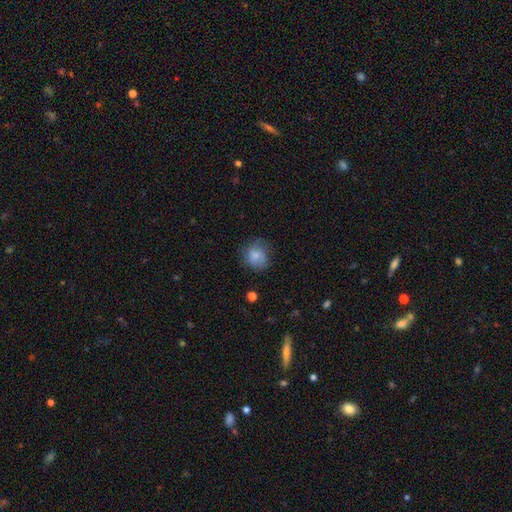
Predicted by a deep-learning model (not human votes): Smooth or featured? Predicted: smooth (p=0.73). How rounded? Predicted: round (p=0.72). Merging? Predicted: none (p=0.60).